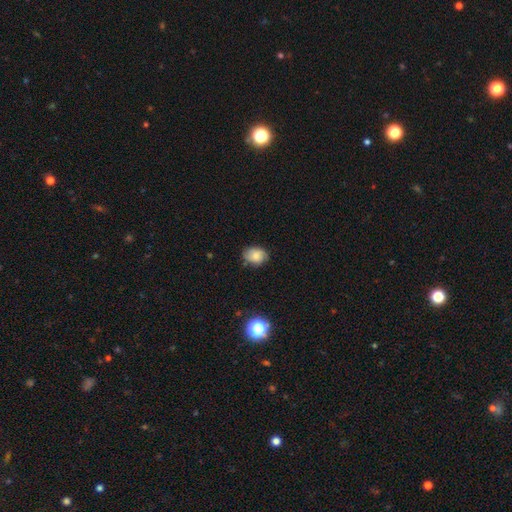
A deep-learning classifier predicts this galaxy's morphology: Q: Smooth or featured?
A: smooth (65%); runner-up: featured or disk (25%)
Q: How rounded?
A: in between (63%); runner-up: round (36%)
Q: Merging?
A: none (74%); runner-up: minor disturbance (21%)